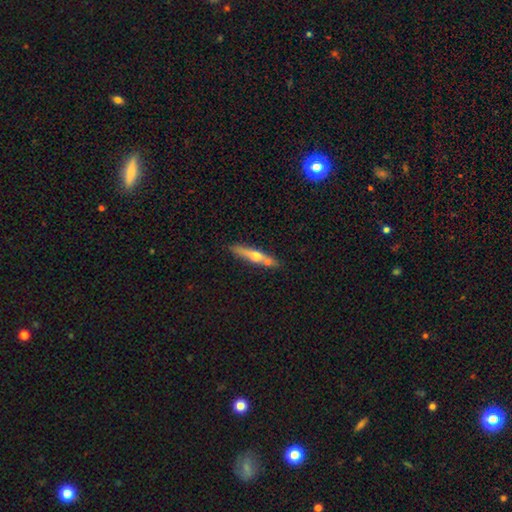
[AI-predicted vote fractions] A featured or disk galaxy (47%). Merging: none (66%).